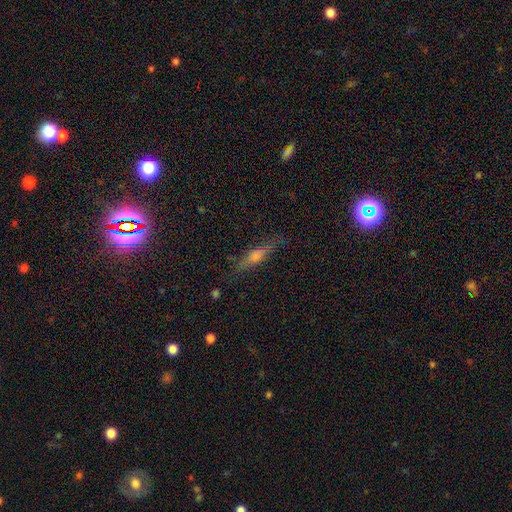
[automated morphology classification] Smooth or featured? featured or disk (49%)
Merging? none (80%)